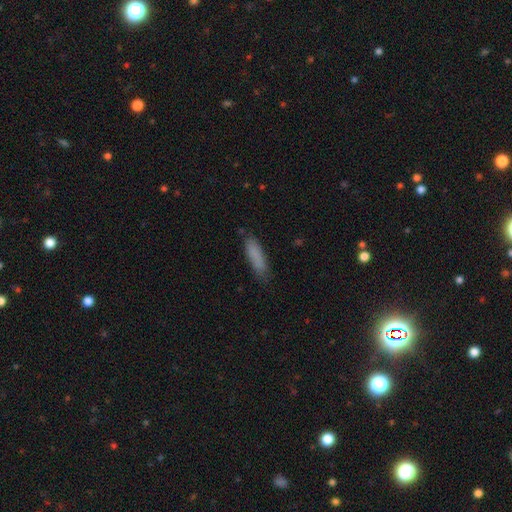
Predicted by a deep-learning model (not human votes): Morphology: type=smooth (84%); roundness=cigar-shaped (63%); merging=none (79%).